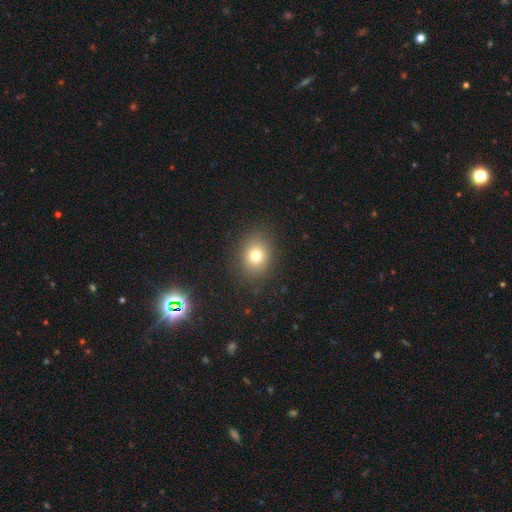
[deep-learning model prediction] A smooth galaxy with no disk features (76%) that is round (59%). Merging: none (87%).